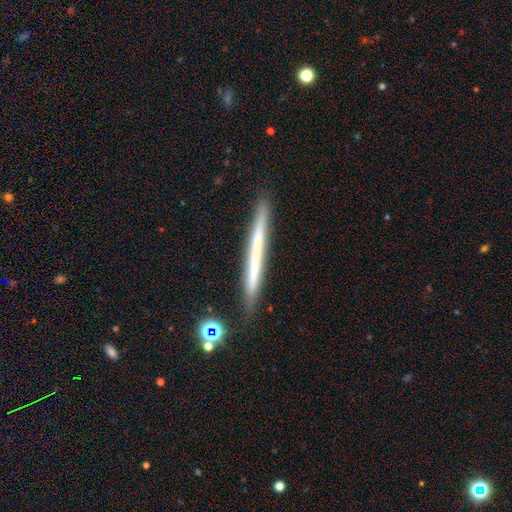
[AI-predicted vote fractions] Morphology: type=featured or disk (48%); merging=none (89%).